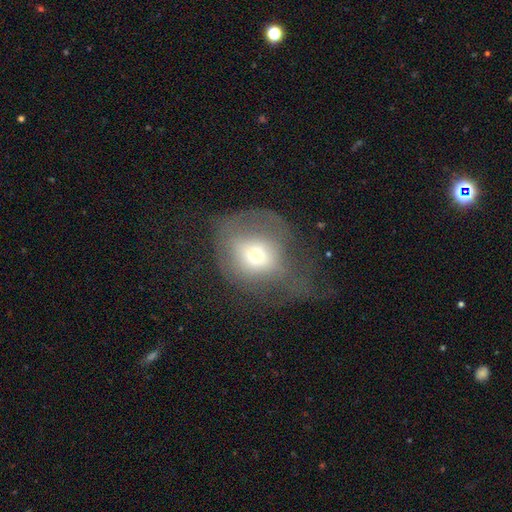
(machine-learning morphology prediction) Q: Smooth or featured?
A: smooth (53%); runner-up: featured or disk (34%)
Q: How rounded?
A: round (71%); runner-up: in between (28%)
Q: Merging?
A: major disturbance (52%); runner-up: none (23%)